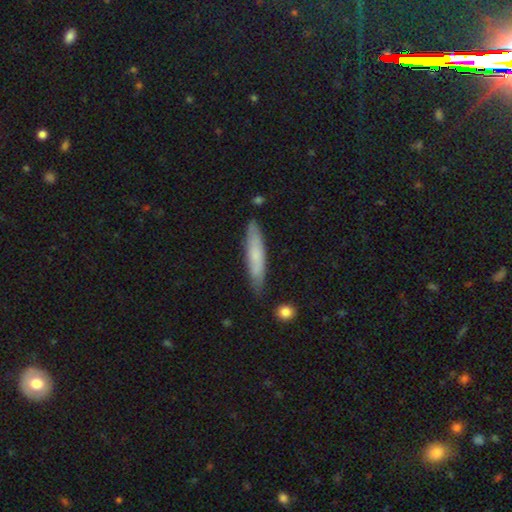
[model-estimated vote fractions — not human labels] Overall: smooth (67%). How rounded: cigar-shaped (89%). Merging: none (82%).